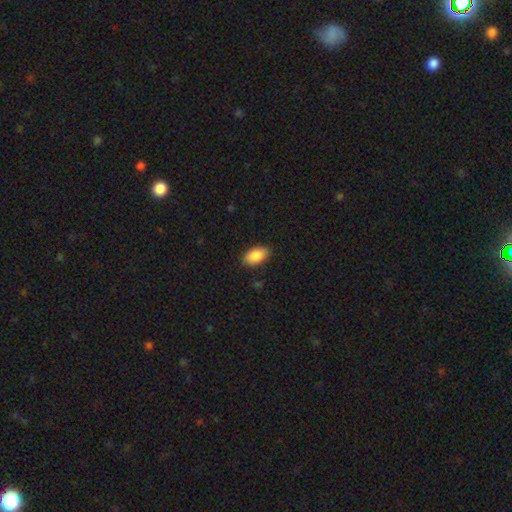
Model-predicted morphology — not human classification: Smooth or featured: smooth — 90% (star or artifact — 7%)
How rounded: in between — 94% (round — 4%)
Merging: none — 87% (minor disturbance — 10%)